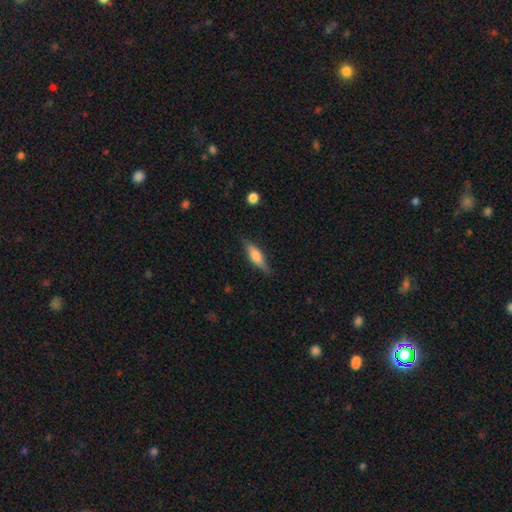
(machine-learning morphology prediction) Smooth or featured: smooth — 58% (featured or disk — 36%)
How rounded: cigar-shaped — 56% (in between — 41%)
Merging: none — 77% (minor disturbance — 18%)